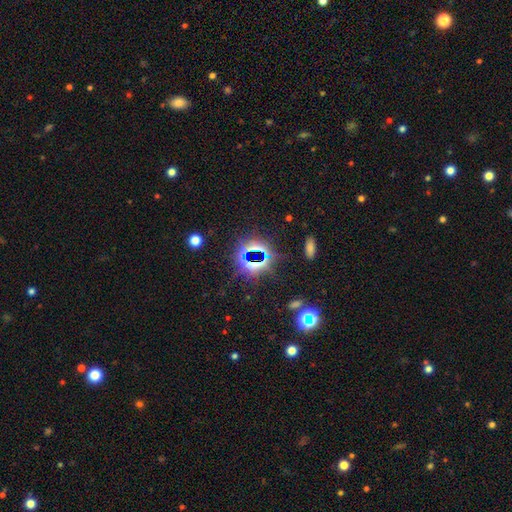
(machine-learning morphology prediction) Smooth or featured?
  - star or artifact: 76% *
  - smooth: 15%
  - featured or disk: 10%